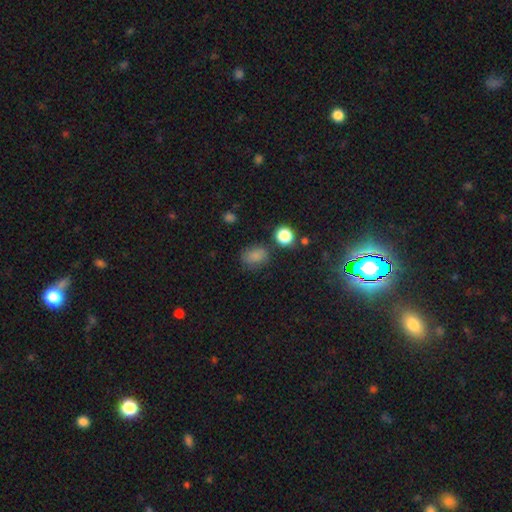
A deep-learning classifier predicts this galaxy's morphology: Smooth or featured: smooth — 78% (star or artifact — 15%)
How rounded: in between — 55% (round — 44%)
Merging: none — 69% (minor disturbance — 20%)